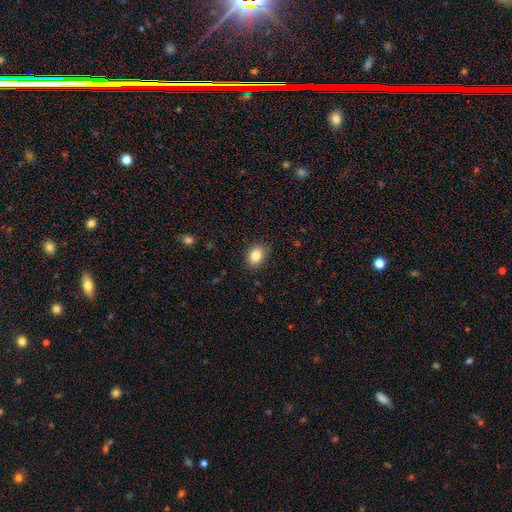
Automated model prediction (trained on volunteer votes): Morphology: type=smooth (84%); roundness=in between (54%); merging=none (88%).